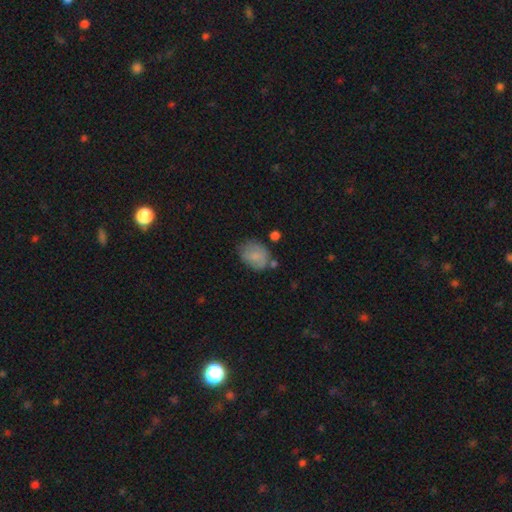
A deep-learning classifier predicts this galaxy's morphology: smooth-or-featured: smooth: 73% | featured or disk: 19% | star or artifact: 8%
  how-rounded: in between: 59% | round: 40% | cigar-shaped: 1%
  merging: none: 53% | minor disturbance: 29% | major disturbance: 10% | merger: 8%